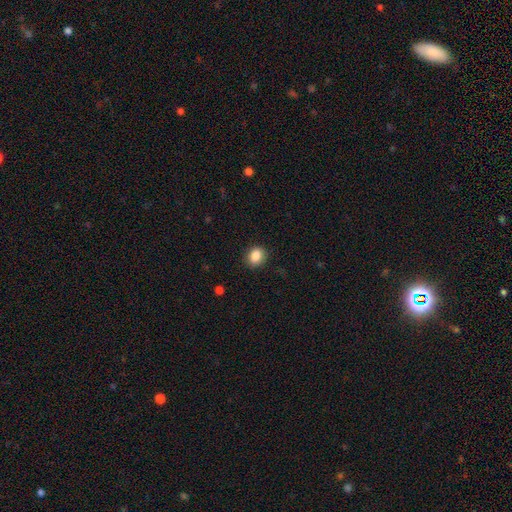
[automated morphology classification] Smooth or featured? smooth (87%)
How rounded? round (53%)
Merging? none (88%)